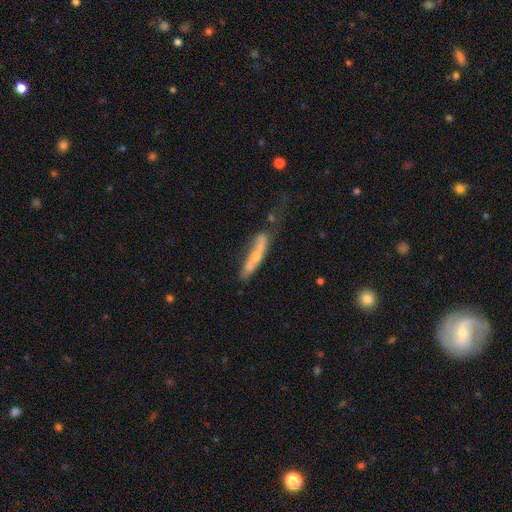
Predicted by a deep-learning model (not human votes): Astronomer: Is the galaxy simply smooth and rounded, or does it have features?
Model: featured or disk — 57% (runner-up: smooth, 37%).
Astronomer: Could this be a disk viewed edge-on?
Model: yes — 59% (runner-up: no, 41%).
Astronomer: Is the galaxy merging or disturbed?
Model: none — 40% (runner-up: minor disturbance, 28%).